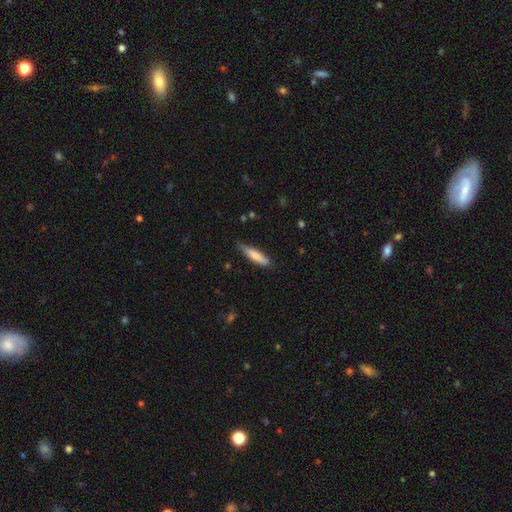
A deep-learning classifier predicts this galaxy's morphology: smooth 75%, featured or disk 20%, star or artifact 6%. Down the decision tree: how rounded — cigar-shaped (78%); merging — none (72%).